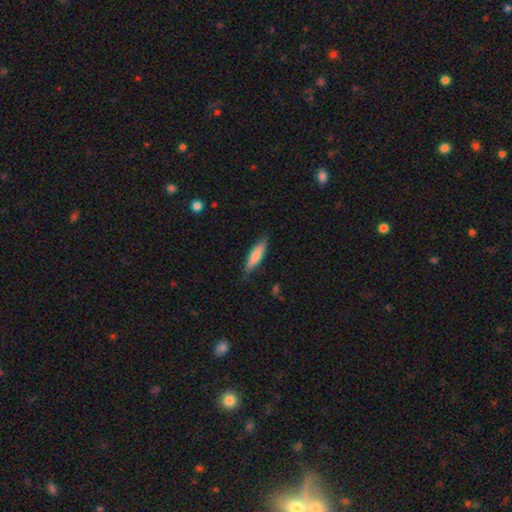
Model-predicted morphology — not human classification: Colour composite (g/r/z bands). It shows a smooth galaxy with no disk features (75%) that is cigar-shaped (71%). Merging: none (82%).